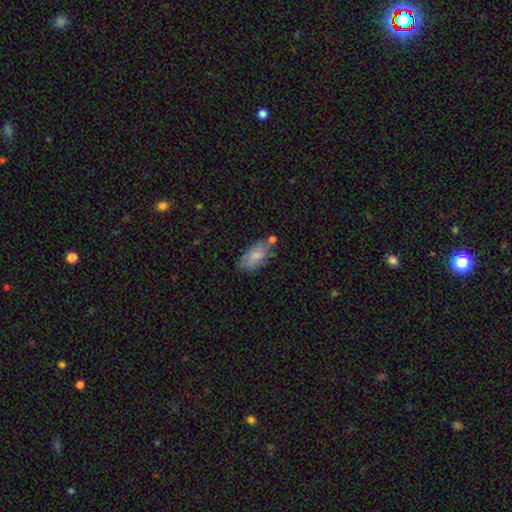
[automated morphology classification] This appears to be a smooth galaxy with no disk features (76%) that is in between round and cigar-shaped (90%). Merging: none (59%).